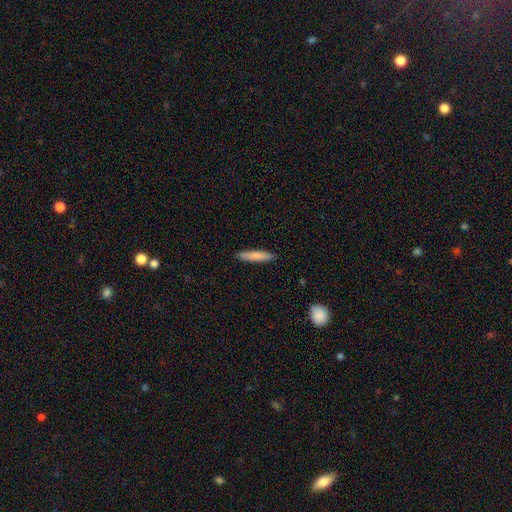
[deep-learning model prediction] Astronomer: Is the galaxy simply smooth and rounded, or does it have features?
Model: smooth — 82%.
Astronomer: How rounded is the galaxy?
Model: cigar-shaped — 88%.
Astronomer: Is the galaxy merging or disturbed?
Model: none — 91%.